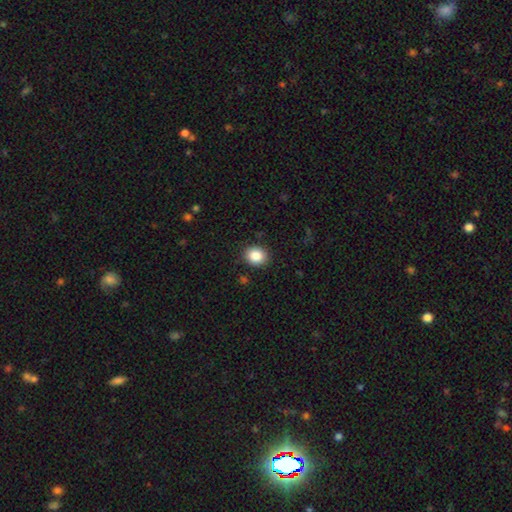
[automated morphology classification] smooth-or-featured: smooth: 86% | star or artifact: 9% | featured or disk: 5%
  how-rounded: round: 63% | in between: 36% | cigar-shaped: 1%
  merging: none: 89% | minor disturbance: 8% | major disturbance: 2% | merger: 1%